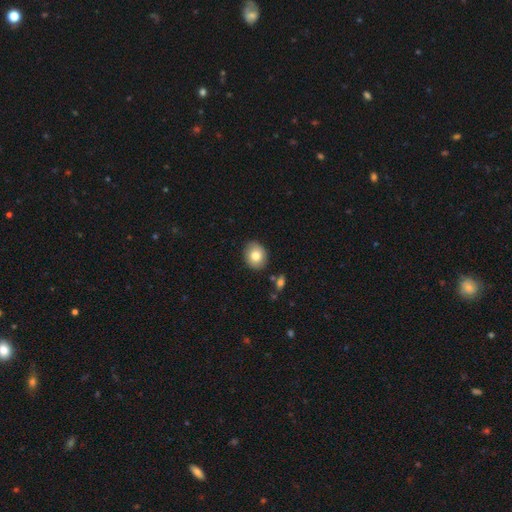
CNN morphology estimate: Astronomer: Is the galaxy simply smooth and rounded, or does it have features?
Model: smooth — 79%.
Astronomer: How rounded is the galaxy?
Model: round — 59% (runner-up: in between, 40%).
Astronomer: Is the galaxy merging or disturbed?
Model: none — 86%.